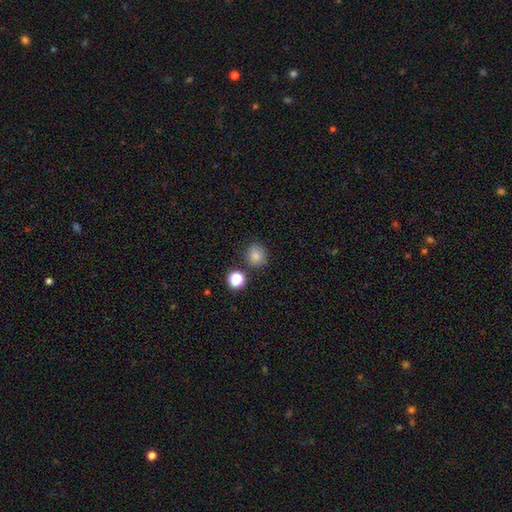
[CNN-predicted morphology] smooth 81%, star or artifact 14%, featured or disk 5%. Down the decision tree: how rounded — round (81%); merging — none (79%).